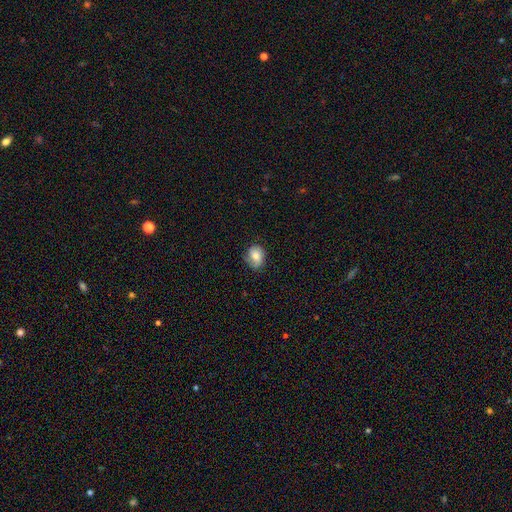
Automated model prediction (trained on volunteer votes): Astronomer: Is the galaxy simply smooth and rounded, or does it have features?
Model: smooth — 70%.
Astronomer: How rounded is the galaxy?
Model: in between — 56% (runner-up: round, 43%).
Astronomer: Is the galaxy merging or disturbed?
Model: none — 65%.